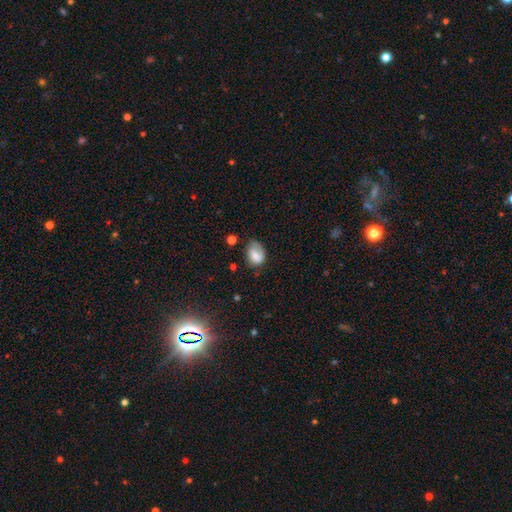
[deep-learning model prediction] A smooth galaxy with no disk features (72%) that is in between round and cigar-shaped (74%).

Vote fractions:
- Smooth or featured? smooth: 72% / featured or disk: 19% / star or artifact: 9%
- How rounded? in between: 74% / round: 25% / cigar-shaped: 1%
- Merging? none: 48% / minor disturbance: 33% / major disturbance: 16% / merger: 4%